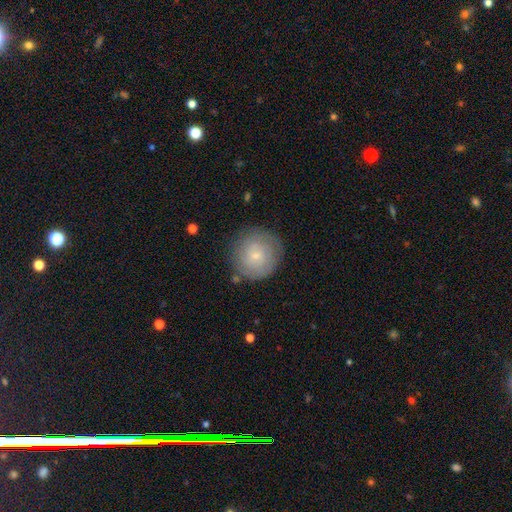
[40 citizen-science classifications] Smooth or featured? 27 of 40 (68%) said smooth. How rounded? 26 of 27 (96%) said round. Merging? 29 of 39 (74%) said none.